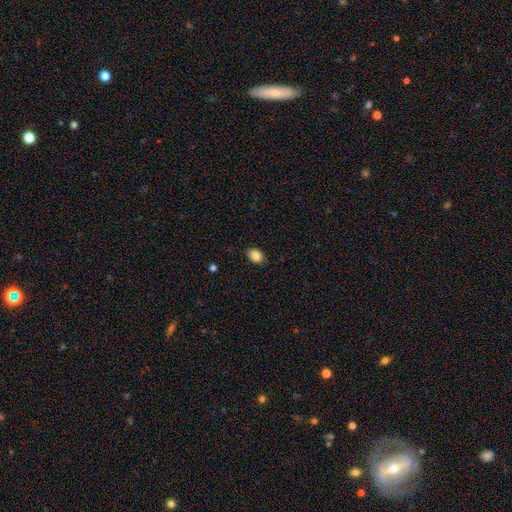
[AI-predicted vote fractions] Smooth or featured?
  - smooth: 85% *
  - star or artifact: 9%
  - featured or disk: 6%
How rounded?
  - in between: 73% *
  - round: 26%
  - cigar-shaped: 1%
Merging?
  - none: 87% *
  - minor disturbance: 10%
  - major disturbance: 2%
  - merger: 1%